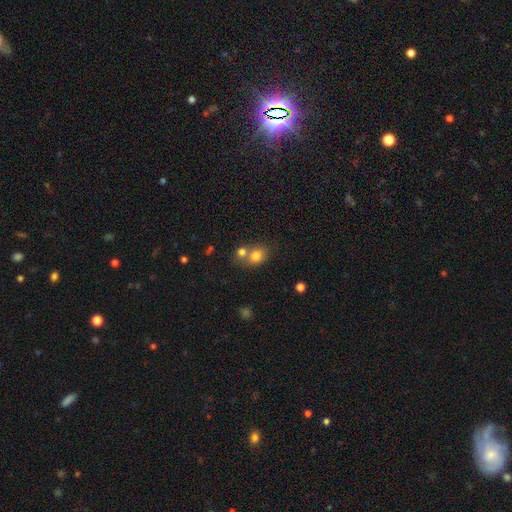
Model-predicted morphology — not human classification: Smooth or featured?
  - smooth: 79% *
  - star or artifact: 11%
  - featured or disk: 11%
How rounded?
  - round: 59% *
  - in between: 40%
  - cigar-shaped: 1%
Merging?
  - merger: 44% *
  - none: 43%
  - minor disturbance: 9%
  - major disturbance: 3%